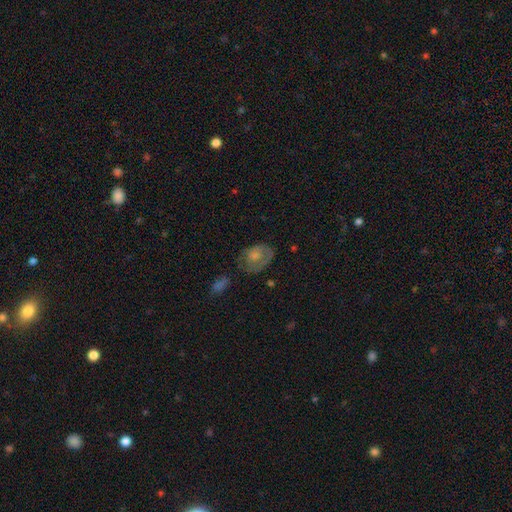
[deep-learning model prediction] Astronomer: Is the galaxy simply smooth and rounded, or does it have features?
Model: smooth — 55% (runner-up: featured or disk, 37%).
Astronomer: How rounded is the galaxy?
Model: in between — 69%.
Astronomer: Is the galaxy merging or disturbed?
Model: none — 50% (runner-up: minor disturbance, 27%).